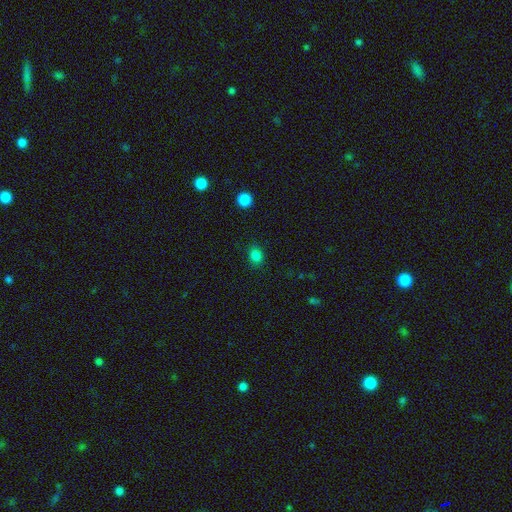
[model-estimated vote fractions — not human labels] A smooth galaxy with no disk features (83%) that is round (58%). Merging: none (86%).